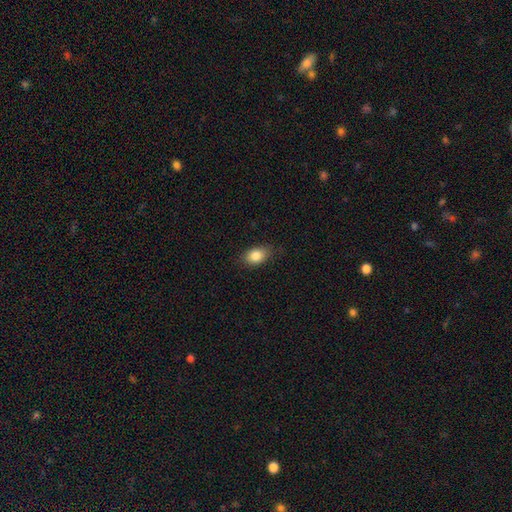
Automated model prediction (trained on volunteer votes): smooth-or-featured: smooth: 85% | star or artifact: 8% | featured or disk: 7%
  how-rounded: in between: 82% | round: 16% | cigar-shaped: 2%
  merging: none: 78% | minor disturbance: 18% | major disturbance: 4% | merger: 1%